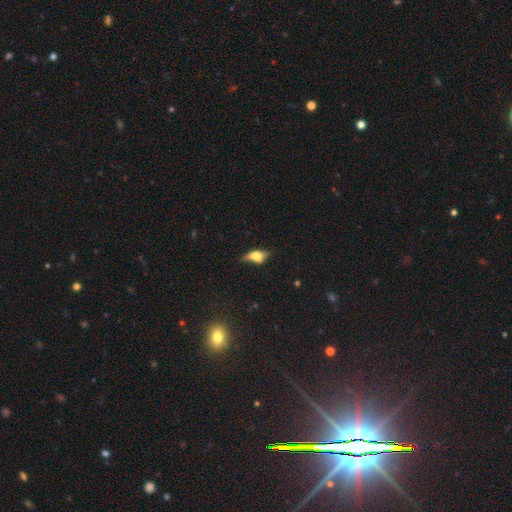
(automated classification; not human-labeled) Overall: smooth (50%; featured or disk 39%). Merging: none (46%; minor disturbance 31%).